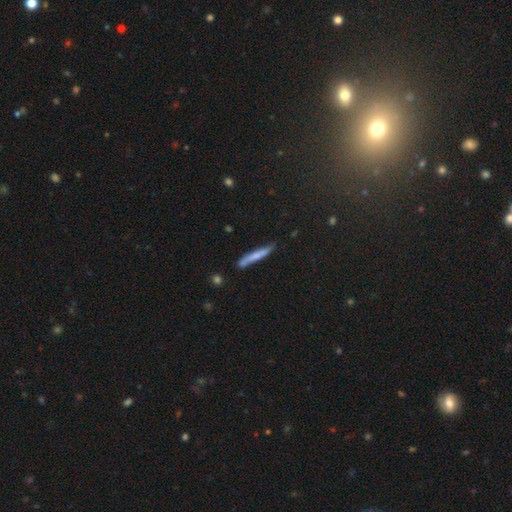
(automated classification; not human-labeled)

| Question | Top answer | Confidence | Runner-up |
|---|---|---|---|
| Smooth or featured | smooth | 65% | featured or disk (28%) |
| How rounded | cigar-shaped | 95% | in between (4%) |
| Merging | none | 74% | minor disturbance (19%) |